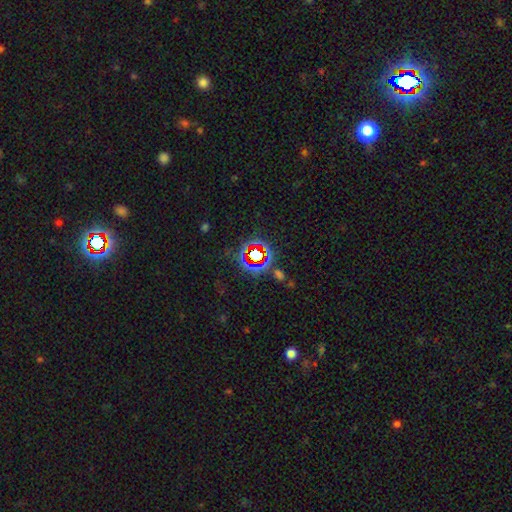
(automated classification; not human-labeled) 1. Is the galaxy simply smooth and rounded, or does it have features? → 69% star or artifact, 20% smooth, 11% featured or disk.